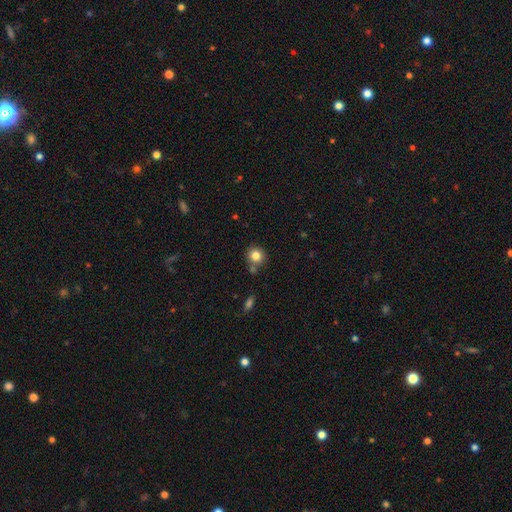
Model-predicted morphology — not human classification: A smooth galaxy with no disk features (82%) that is round (85%). Merging: none (73%).